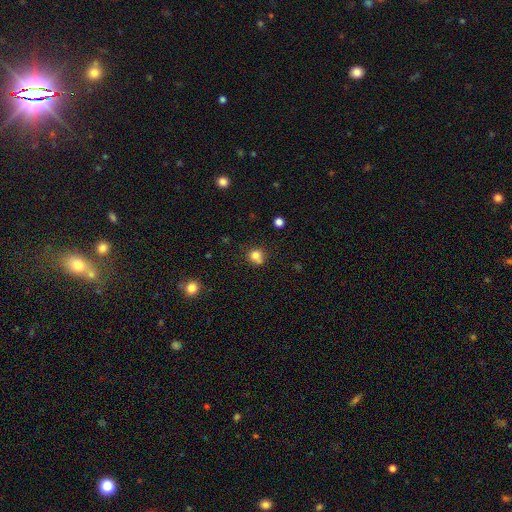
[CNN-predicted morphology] Smooth or featured: smooth — 80% (star or artifact — 13%)
How rounded: round — 81% (in between — 18%)
Merging: none — 60% (merger — 17%)